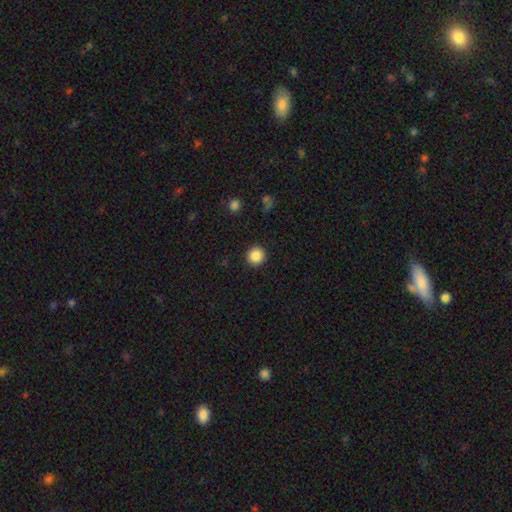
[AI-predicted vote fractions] Q: Smooth or featured?
A: smooth (88%); runner-up: star or artifact (9%)
Q: How rounded?
A: round (95%); runner-up: in between (4%)
Q: Merging?
A: none (92%); runner-up: minor disturbance (5%)